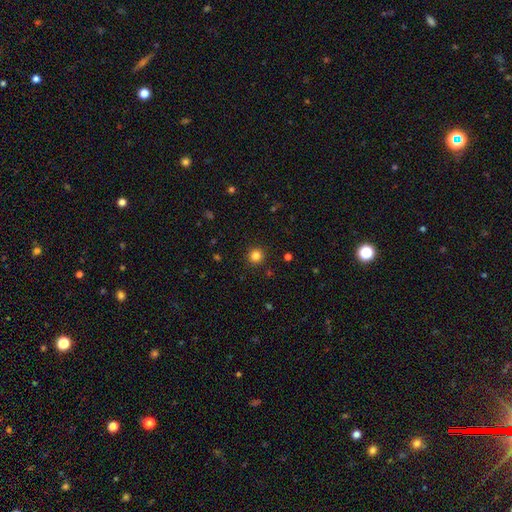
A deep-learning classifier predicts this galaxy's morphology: Smooth or featured?
  - smooth: 83% *
  - star or artifact: 13%
  - featured or disk: 4%
How rounded?
  - round: 94% *
  - in between: 6%
  - cigar-shaped: 1%
Merging?
  - none: 92% *
  - minor disturbance: 5%
  - major disturbance: 2%
  - merger: 1%